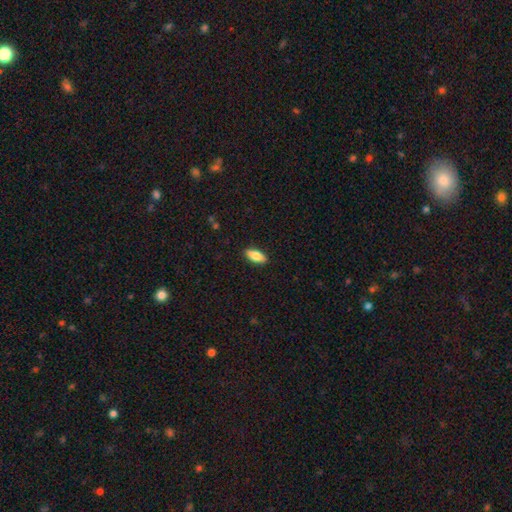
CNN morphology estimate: smooth-or-featured: smooth: 82% | featured or disk: 12% | star or artifact: 6%
  how-rounded: in between: 83% | cigar-shaped: 15% | round: 2%
  merging: none: 90% | minor disturbance: 8% | major disturbance: 2% | merger: 1%